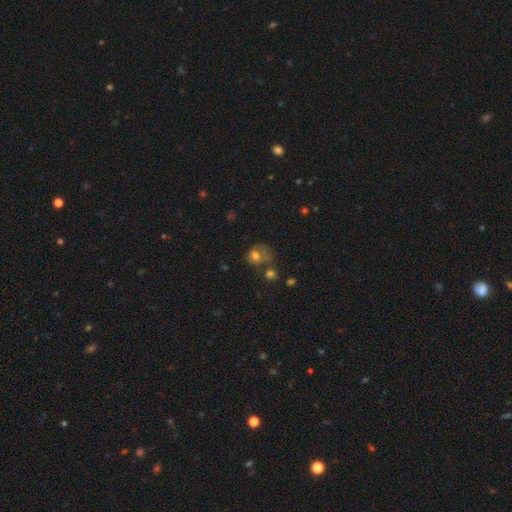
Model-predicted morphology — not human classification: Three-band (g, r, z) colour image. It shows a smooth galaxy with no disk features (69%) that is round (64%). Merging: none (33%).